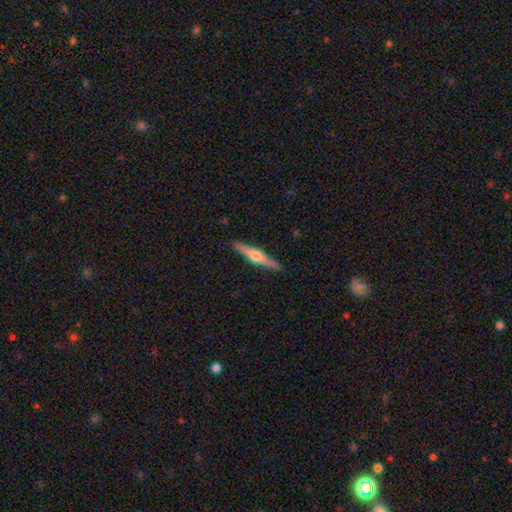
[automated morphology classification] smooth-or-featured: featured or disk: 69% | smooth: 26% | star or artifact: 5%
  disk-edge-on: yes: 98% | no: 2%
    edge-on-bulge: rounded: 94% | boxy: 3% | none: 2%
  merging: none: 91% | minor disturbance: 7% | major disturbance: 1% | merger: 1%